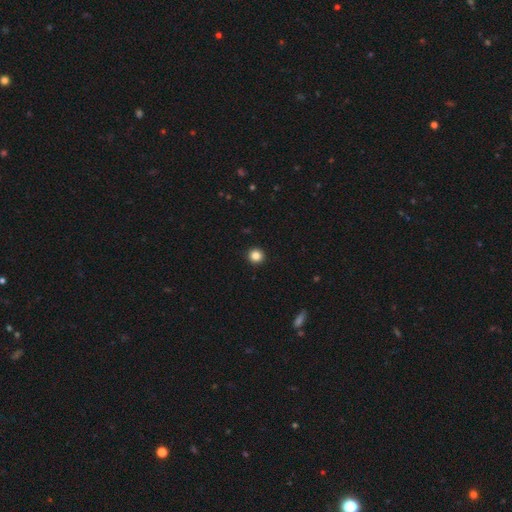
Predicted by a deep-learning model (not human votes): smooth_or_featured: smooth (p=0.85) [alt: star or artifact p=0.11]
how_rounded: round (p=0.95) [alt: in between p=0.04]
merging: none (p=0.94) [alt: minor disturbance p=0.04]